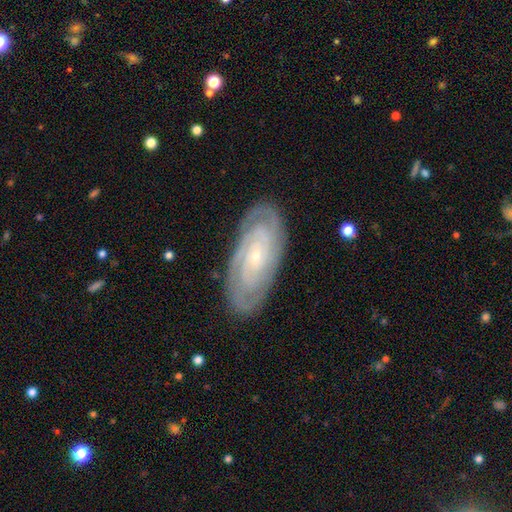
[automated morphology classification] A featured or disk galaxy (86%) with no bar (70%), 2 (30%) tight (78%) spiral arms (97%) and a small central bulge (83%). Merging: none (83%).